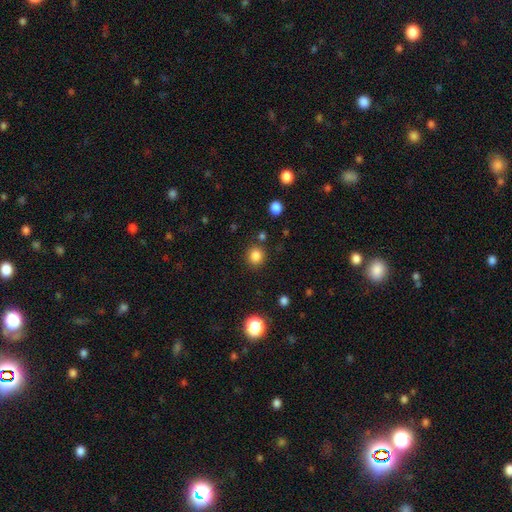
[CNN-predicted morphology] Overall: smooth (84%). How rounded: round (88%). Merging: none (86%).